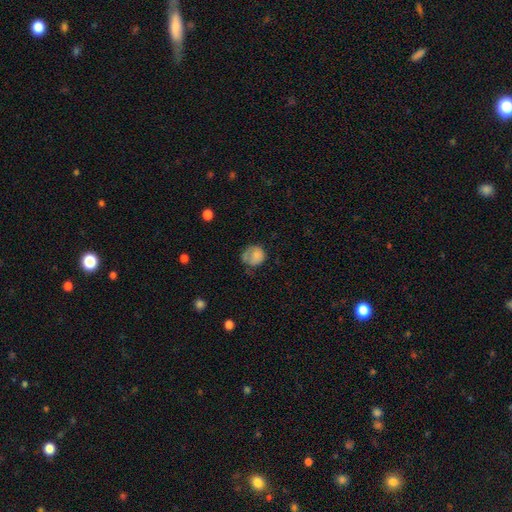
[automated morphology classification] Smooth or featured? Predicted: smooth (p=0.73). How rounded? Predicted: round (p=0.69). Merging? Predicted: none (p=0.39).